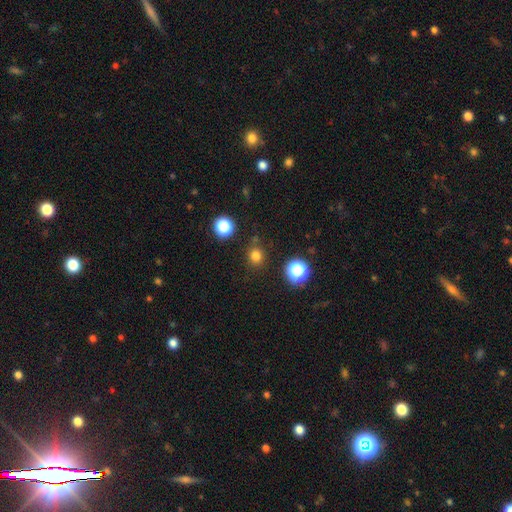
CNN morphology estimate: Smooth or featured?
  - smooth: 77% *
  - star or artifact: 18%
  - featured or disk: 5%
How rounded?
  - round: 87% *
  - in between: 12%
  - cigar-shaped: 1%
Merging?
  - none: 85% *
  - minor disturbance: 9%
  - merger: 4%
  - major disturbance: 3%